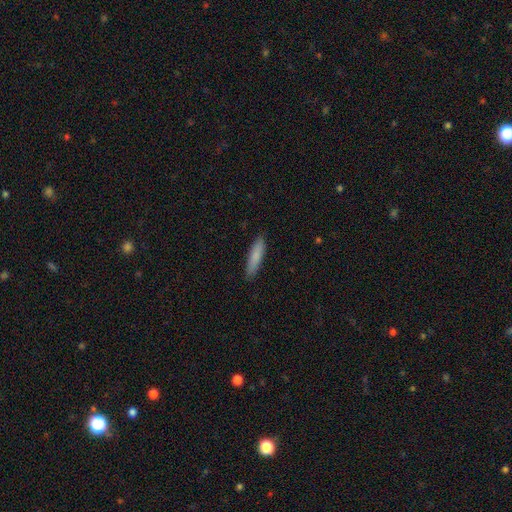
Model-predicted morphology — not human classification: This appears to be a smooth galaxy with no disk features (84%) that is cigar-shaped (79%). Merging: none (89%).